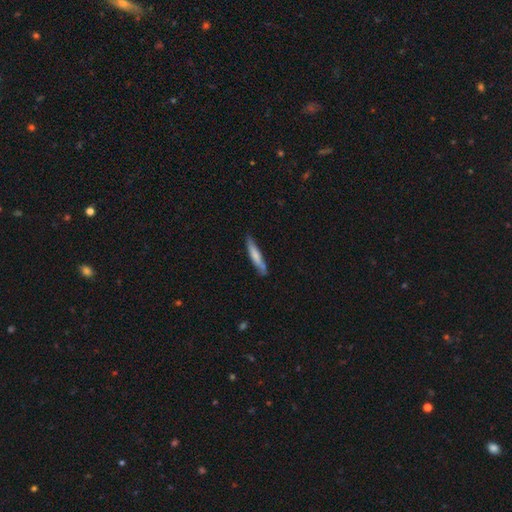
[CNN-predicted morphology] This is likely a smooth galaxy (70%). How rounded: clearly cigar-shaped (90%). Merging: likely none (79%).